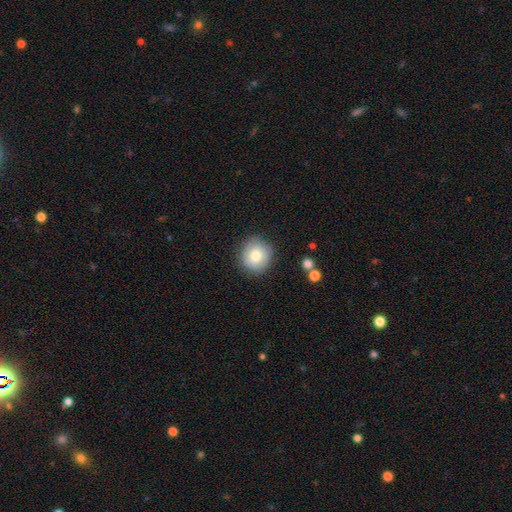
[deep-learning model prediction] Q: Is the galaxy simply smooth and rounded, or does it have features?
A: smooth — 74%.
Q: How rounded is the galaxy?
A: round — 89%.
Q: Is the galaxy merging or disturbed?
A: none — 85%.